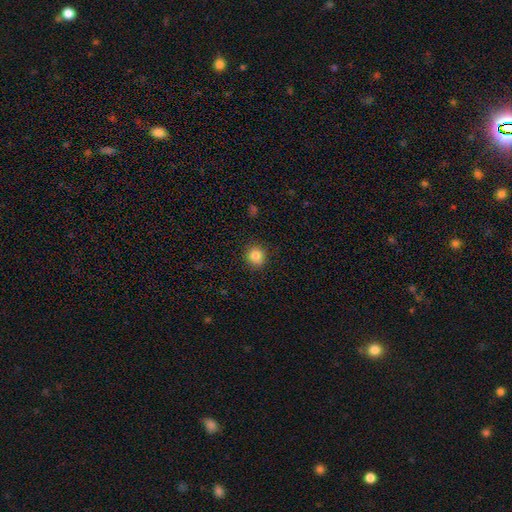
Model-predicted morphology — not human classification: type=smooth (85%); roundness=round (89%); merging=none (89%).